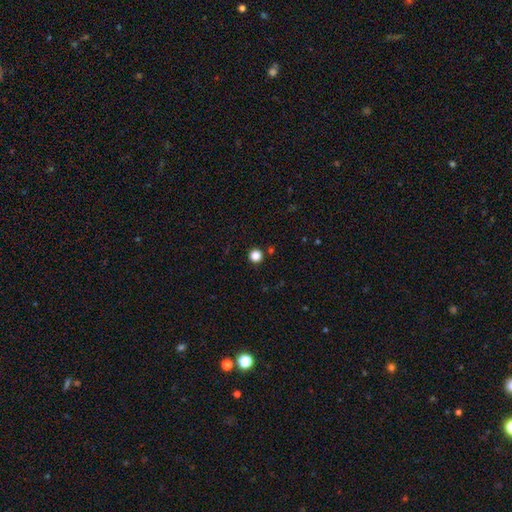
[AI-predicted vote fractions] Smooth or featured?
  - smooth: 84% *
  - star or artifact: 13%
  - featured or disk: 3%
How rounded?
  - round: 96% *
  - in between: 3%
  - cigar-shaped: 1%
Merging?
  - none: 91% *
  - minor disturbance: 4%
  - merger: 2%
  - major disturbance: 2%